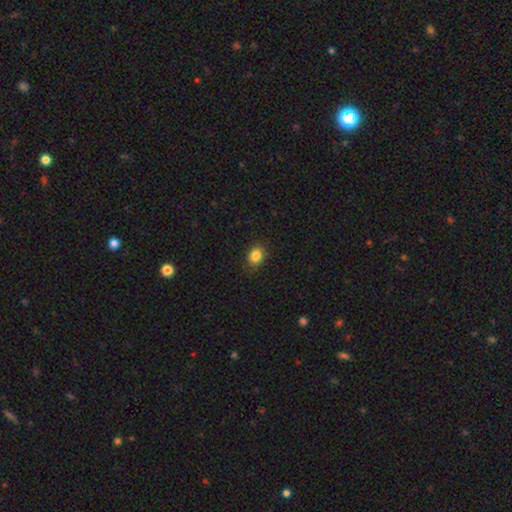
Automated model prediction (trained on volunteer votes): Smooth or featured? Predicted: smooth (p=0.85). How rounded? Predicted: in between (p=0.52). Merging? Predicted: none (p=0.85).